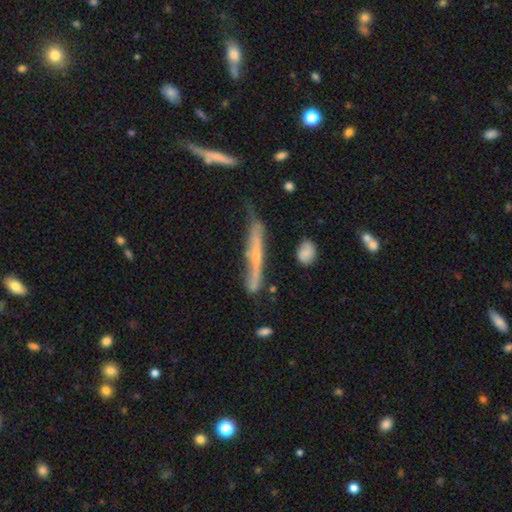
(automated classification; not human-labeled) The model was most divided on "edge-on bulge": rounded: 57%, none: 37%, boxy: 6%. More confident: edge-on disk — yes (86%); smooth or featured — featured or disk (65%); merging — none (53%).